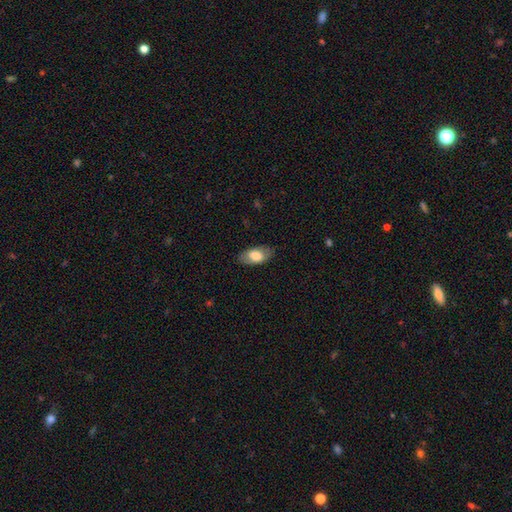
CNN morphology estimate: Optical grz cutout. It shows a smooth galaxy with no disk features (75%) that is in between round and cigar-shaped (93%). Merging: none (83%).